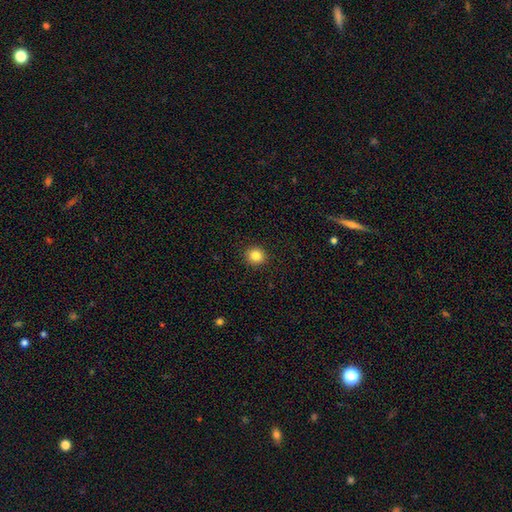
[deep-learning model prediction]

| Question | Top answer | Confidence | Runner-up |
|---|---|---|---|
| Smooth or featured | smooth | 84% | star or artifact (11%) |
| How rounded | round | 91% | in between (8%) |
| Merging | none | 92% | minor disturbance (5%) |